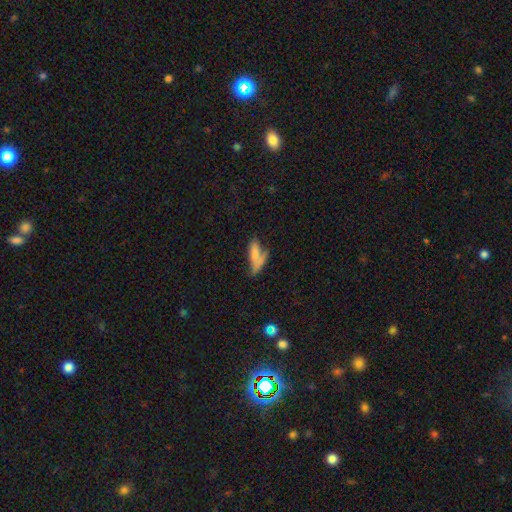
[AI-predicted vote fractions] smooth-or-featured: smooth: 69% | featured or disk: 20% | star or artifact: 11%
  how-rounded: cigar-shaped: 51% | in between: 46% | round: 4%
  merging: none: 35% | merger: 32% | minor disturbance: 18% | major disturbance: 15%